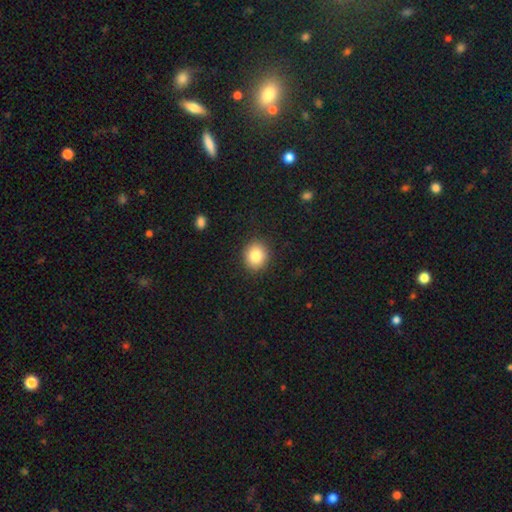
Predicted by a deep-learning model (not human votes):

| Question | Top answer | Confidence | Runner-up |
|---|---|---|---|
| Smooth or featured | smooth | 83% | star or artifact (9%) |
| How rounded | round | 79% | in between (20%) |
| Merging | none | 90% | minor disturbance (7%) |